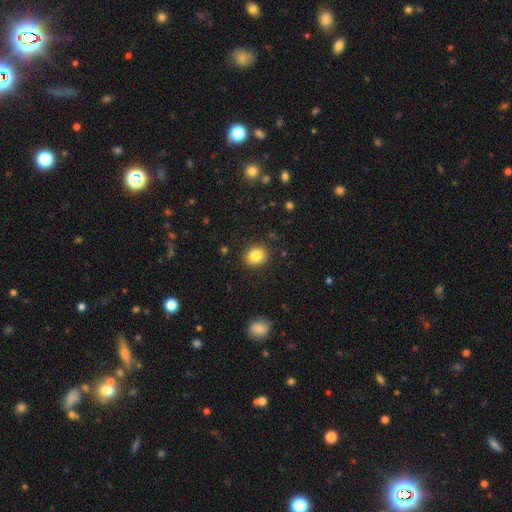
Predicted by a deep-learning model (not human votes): A smooth galaxy with no disk features (84%) that is round (60%).

Vote fractions:
- Smooth or featured? smooth: 84% / star or artifact: 10% / featured or disk: 6%
- How rounded? round: 60% / in between: 39% / cigar-shaped: 1%
- Merging? none: 88% / minor disturbance: 8% / major disturbance: 2% / merger: 1%